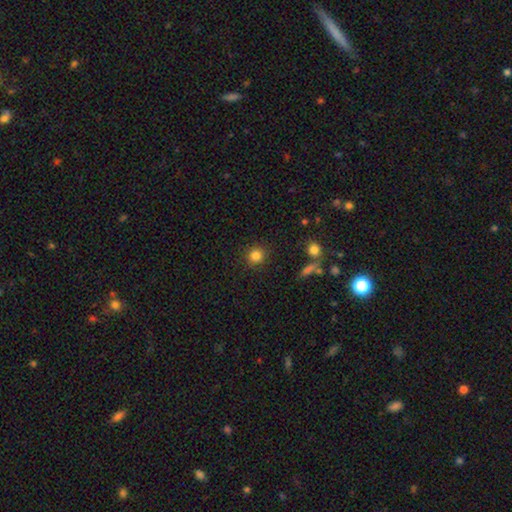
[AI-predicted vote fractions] The model was most divided on "smooth or featured": smooth: 83%, star or artifact: 11%, featured or disk: 5%. More confident: how rounded — round (91%); merging — none (88%).